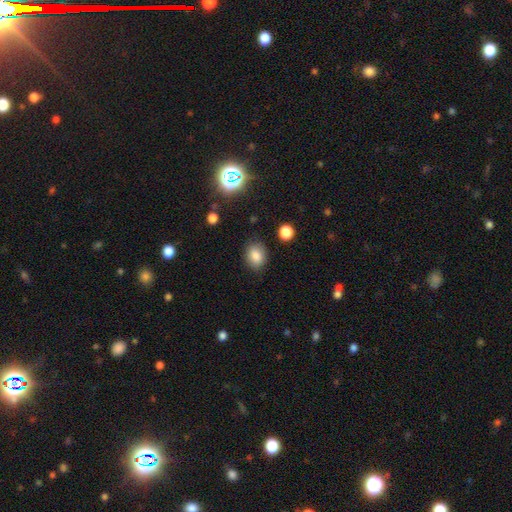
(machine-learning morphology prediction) This is clearly a smooth galaxy (83%). How rounded: possibly in between (59%). Merging: clearly none (84%).